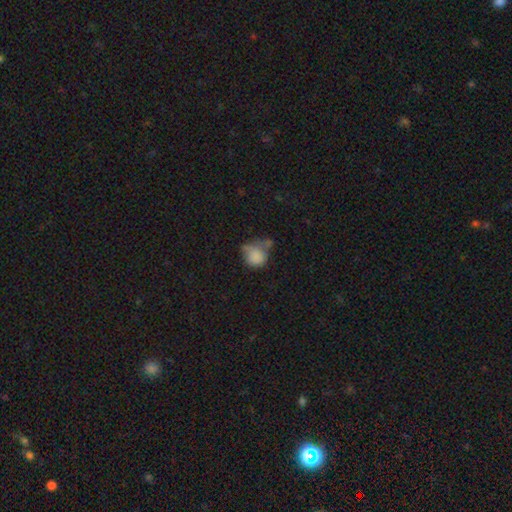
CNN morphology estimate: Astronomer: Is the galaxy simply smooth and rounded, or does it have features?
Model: smooth — 78%.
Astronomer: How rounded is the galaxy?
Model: round — 65%.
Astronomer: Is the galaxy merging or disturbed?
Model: minor disturbance — 31% (runner-up: none, 29%).